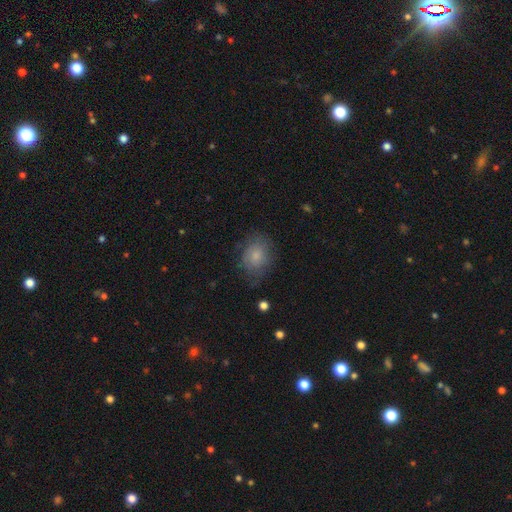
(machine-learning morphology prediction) smooth-or-featured: smooth: 70% | featured or disk: 21% | star or artifact: 8%
  how-rounded: in between: 62% | round: 37% | cigar-shaped: 1%
  merging: none: 64% | minor disturbance: 25% | major disturbance: 10% | merger: 1%